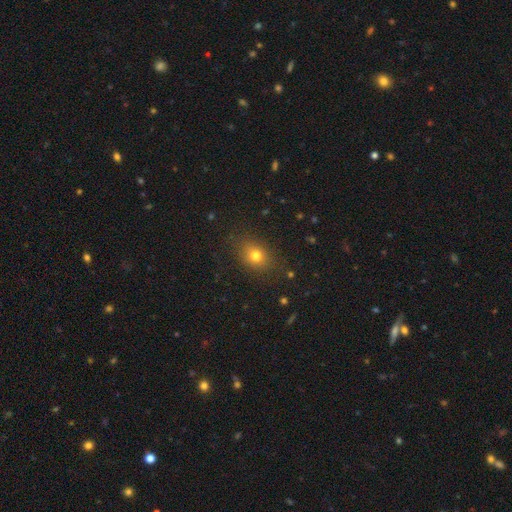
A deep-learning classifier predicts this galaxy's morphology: smooth_or_featured: smooth (p=0.76) [alt: star or artifact p=0.15]
how_rounded: in between (p=0.50) [alt: round p=0.49]
merging: none (p=0.82) [alt: minor disturbance p=0.12]